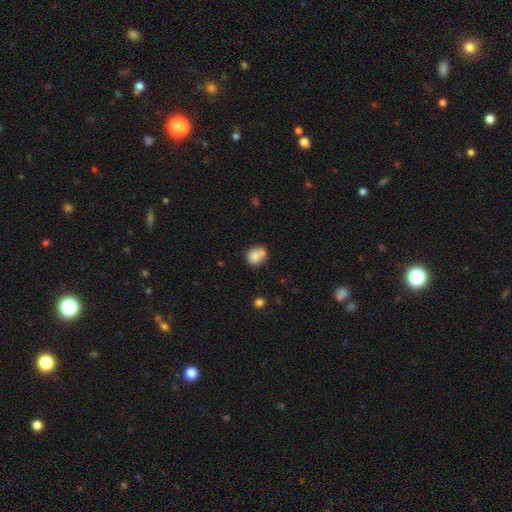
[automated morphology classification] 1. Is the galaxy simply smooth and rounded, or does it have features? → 80% smooth, 11% featured or disk, 9% star or artifact.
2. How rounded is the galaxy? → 72% round, 27% in between, 1% cigar-shaped.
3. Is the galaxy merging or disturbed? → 49% none, 29% merger, 17% minor disturbance, 5% major disturbance.